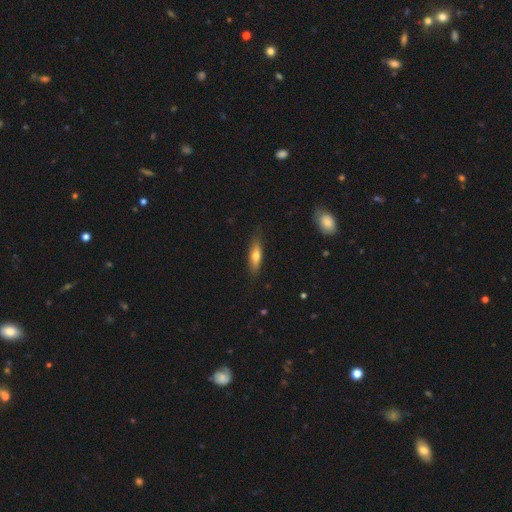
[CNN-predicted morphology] A smooth galaxy with no disk features (65%) that is cigar-shaped (58%). Merging: none (82%).